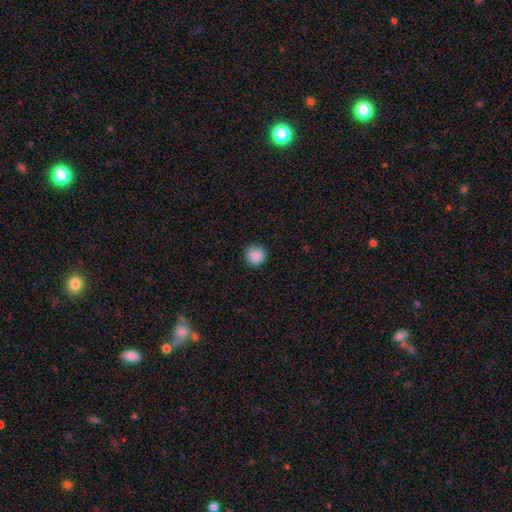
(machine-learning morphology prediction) Smooth or featured? Predicted: smooth (p=0.88). How rounded? Predicted: round (p=0.92). Merging? Predicted: none (p=0.85).